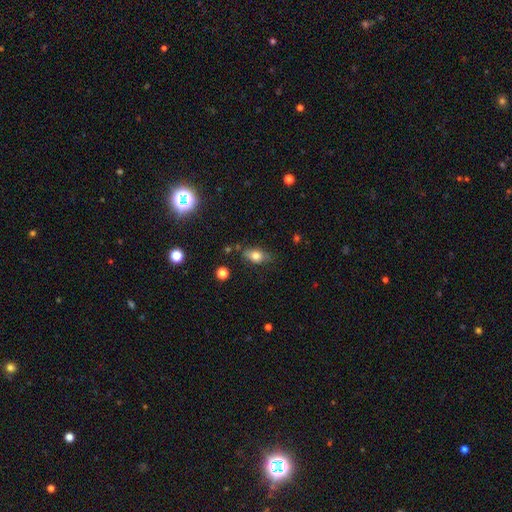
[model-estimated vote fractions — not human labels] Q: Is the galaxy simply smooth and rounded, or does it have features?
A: smooth — 74%.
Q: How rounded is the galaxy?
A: in between — 82%.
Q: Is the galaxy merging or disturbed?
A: none — 74%.